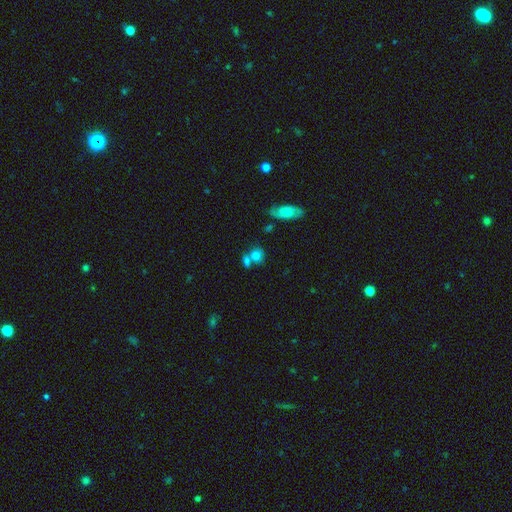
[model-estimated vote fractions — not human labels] Smooth or featured?
  - smooth: 74% *
  - featured or disk: 15%
  - star or artifact: 11%
How rounded?
  - round: 65% *
  - in between: 33%
  - cigar-shaped: 2%
Merging?
  - none: 47% *
  - merger: 36%
  - minor disturbance: 12%
  - major disturbance: 5%